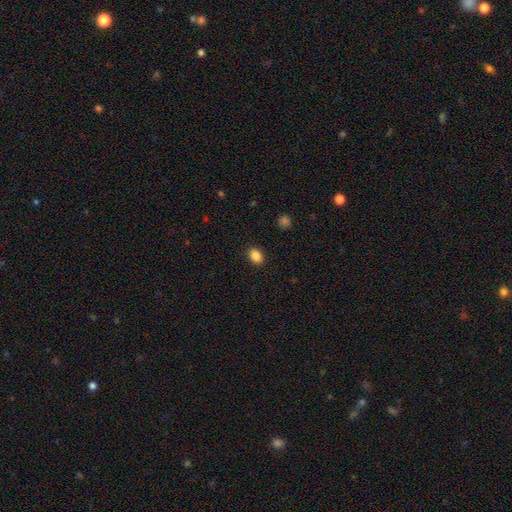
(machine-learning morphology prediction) Overall: smooth (87%). How rounded: in between (71%). Merging: none (89%).